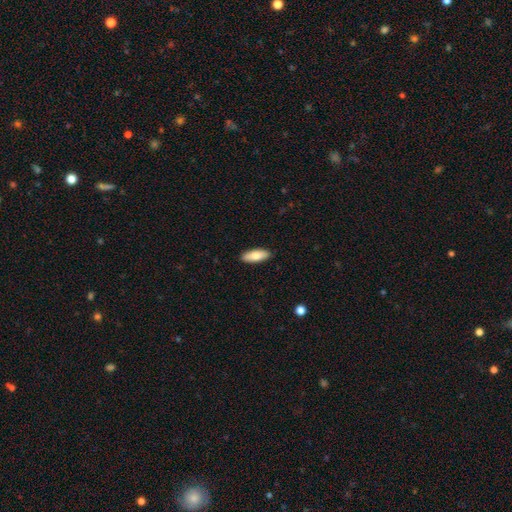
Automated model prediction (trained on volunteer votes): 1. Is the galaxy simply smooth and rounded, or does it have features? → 79% smooth, 16% featured or disk, 6% star or artifact.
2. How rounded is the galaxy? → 71% in between, 27% cigar-shaped, 2% round.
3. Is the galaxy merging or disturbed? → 90% none, 7% minor disturbance, 2% major disturbance, 1% merger.